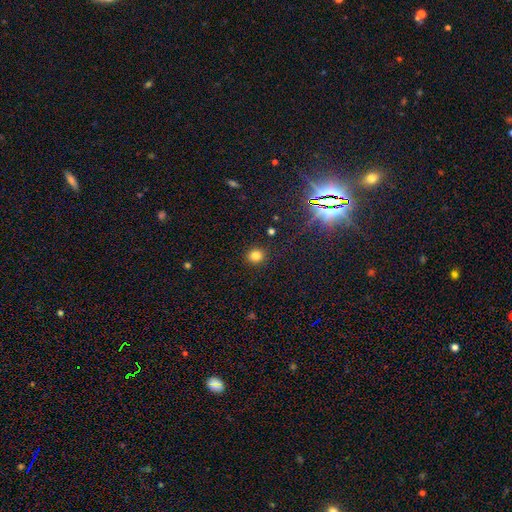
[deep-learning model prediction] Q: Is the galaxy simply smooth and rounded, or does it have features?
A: smooth — 80%.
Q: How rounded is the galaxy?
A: round — 86%.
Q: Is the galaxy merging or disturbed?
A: none — 90%.